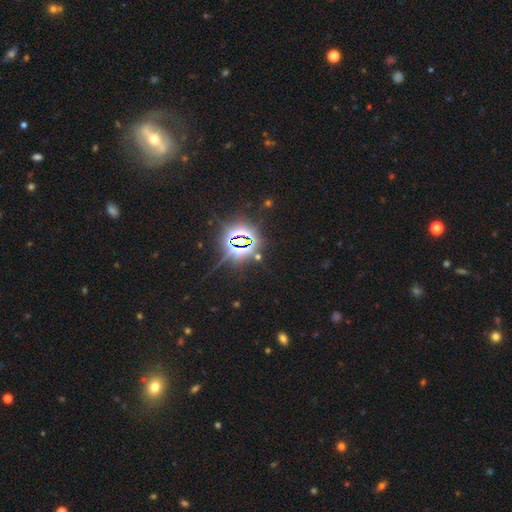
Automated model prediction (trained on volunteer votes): Smooth or featured? Predicted: star or artifact (p=0.83).